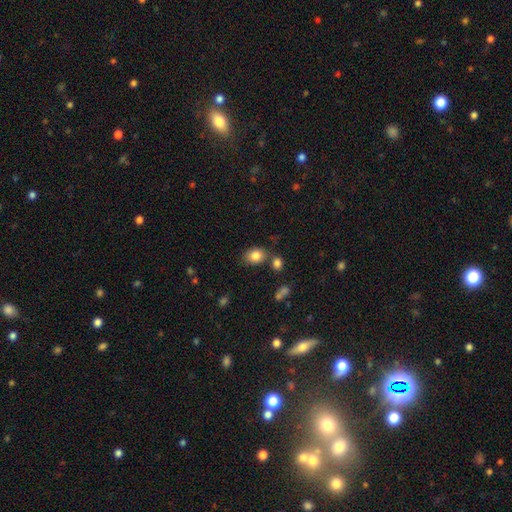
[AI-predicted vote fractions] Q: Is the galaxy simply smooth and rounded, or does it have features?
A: smooth — 84%.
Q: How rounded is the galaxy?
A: in between — 64%.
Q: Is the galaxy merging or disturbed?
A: none — 71%.